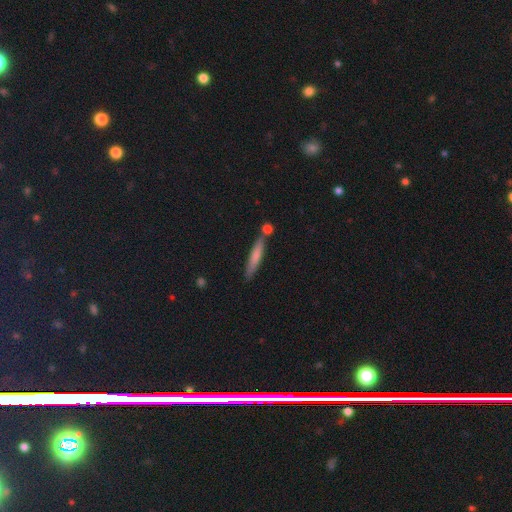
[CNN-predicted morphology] smooth-or-featured: smooth: 66% | featured or disk: 29% | star or artifact: 6%
  how-rounded: cigar-shaped: 92% | in between: 6% | round: 1%
  merging: none: 74% | minor disturbance: 12% | merger: 10% | major disturbance: 3%